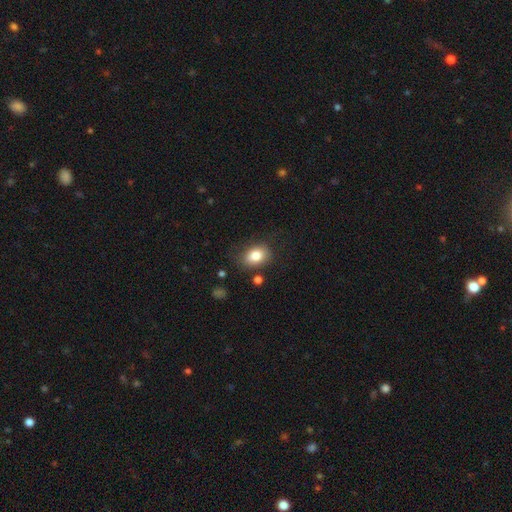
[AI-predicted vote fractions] A smooth galaxy with no disk features (82%) that is in between round and cigar-shaped (66%). Merging: none (76%).